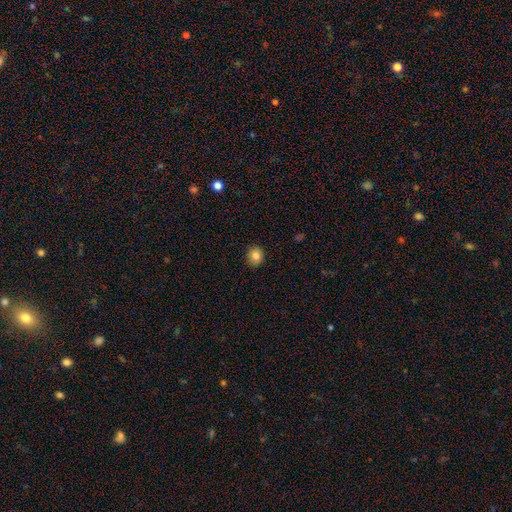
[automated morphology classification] type=smooth (82%); roundness=round (78%); merging=none (89%).